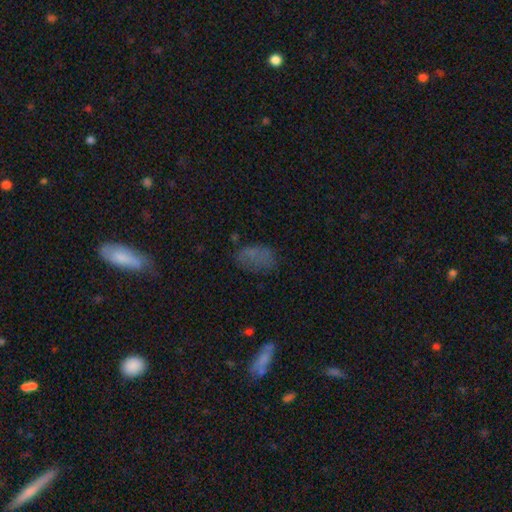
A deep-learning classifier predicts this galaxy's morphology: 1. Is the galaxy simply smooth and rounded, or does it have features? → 61% smooth, 22% star or artifact, 16% featured or disk.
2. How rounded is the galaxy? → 89% in between, 9% round, 3% cigar-shaped.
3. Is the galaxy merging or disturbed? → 59% none, 24% minor disturbance, 13% major disturbance, 4% merger.